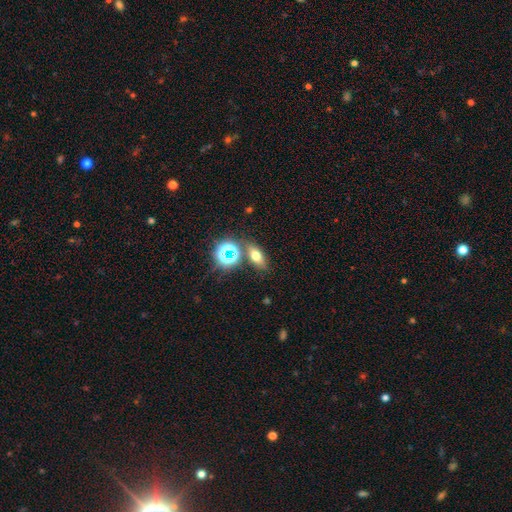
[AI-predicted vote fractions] This is possibly a smooth galaxy (58%). How rounded: likely in between (70%). Merging: likely none (74%).